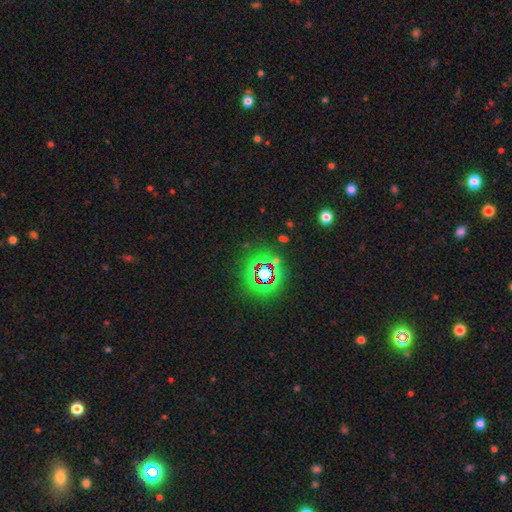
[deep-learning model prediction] Smooth or featured?
  - star or artifact: 60% *
  - smooth: 23%
  - featured or disk: 18%